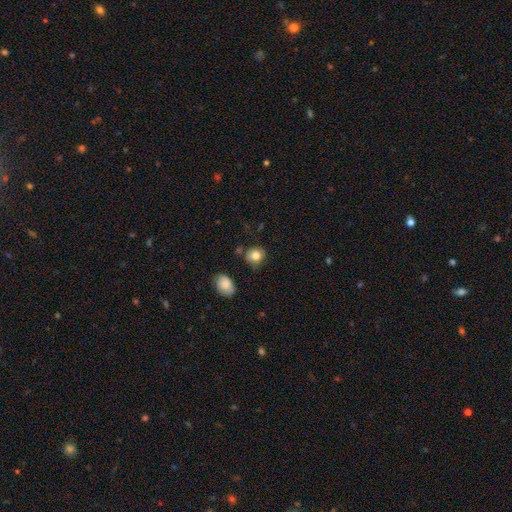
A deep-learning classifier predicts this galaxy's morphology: Smooth or featured?
  - smooth: 81% *
  - star or artifact: 10%
  - featured or disk: 9%
How rounded?
  - round: 76% *
  - in between: 23%
  - cigar-shaped: 1%
Merging?
  - none: 73% *
  - minor disturbance: 18%
  - merger: 5%
  - major disturbance: 4%